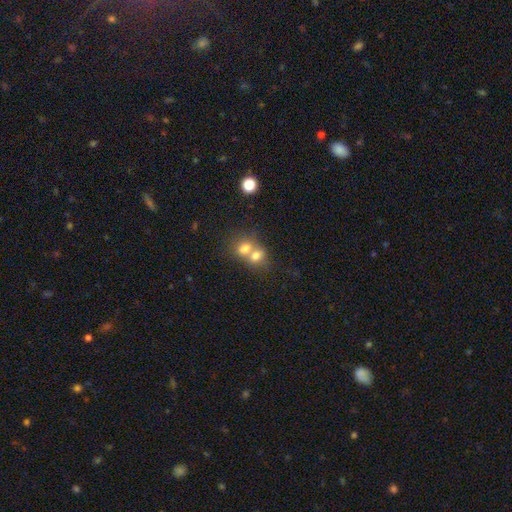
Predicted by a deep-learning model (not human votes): Q: Smooth or featured?
A: smooth (72%); runner-up: featured or disk (16%)
Q: How rounded?
A: round (54%); runner-up: in between (45%)
Q: Merging?
A: merger (70%); runner-up: none (22%)